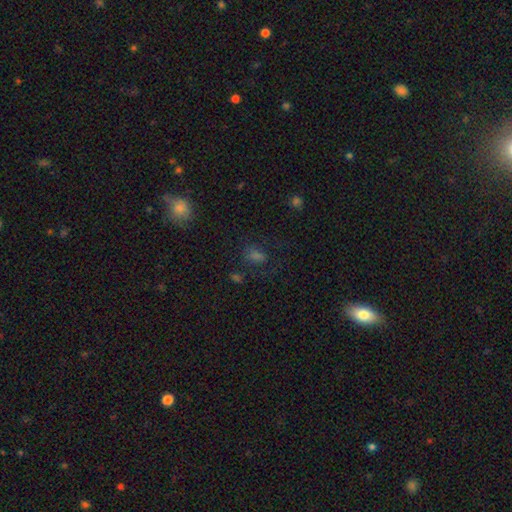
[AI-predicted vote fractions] smooth-or-featured: smooth: 56% | star or artifact: 32% | featured or disk: 13%
  how-rounded: in between: 66% | round: 31% | cigar-shaped: 3%
  merging: none: 64% | minor disturbance: 18% | major disturbance: 14% | merger: 4%